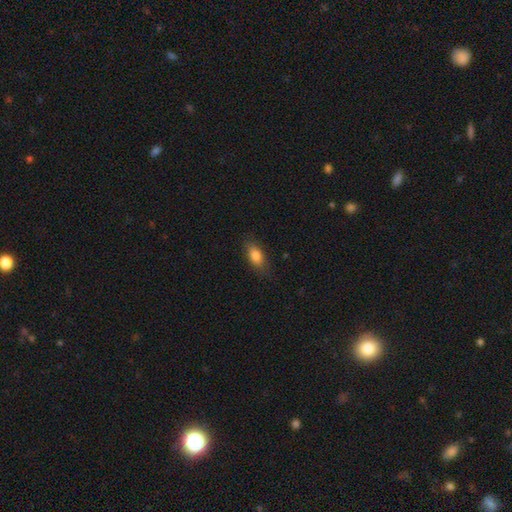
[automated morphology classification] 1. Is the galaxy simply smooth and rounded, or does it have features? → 82% smooth, 10% featured or disk, 8% star or artifact.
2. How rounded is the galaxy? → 85% in between, 9% cigar-shaped, 6% round.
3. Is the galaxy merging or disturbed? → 80% none, 15% minor disturbance, 4% major disturbance, 1% merger.